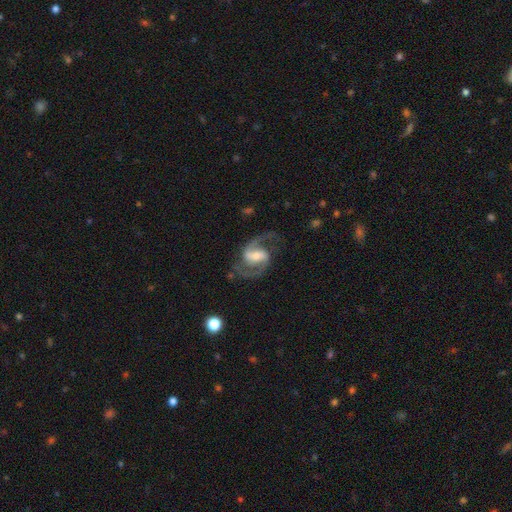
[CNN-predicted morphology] A featured or disk galaxy (91%) with a strong bar (43%), 2 (93%) medium (60%) spiral arms (98%) and a moderate central bulge (46%).

Vote fractions:
- Smooth or featured? featured or disk: 91% / smooth: 5% / star or artifact: 4%
- Edge-on disk? no: 98% / yes: 2%
- Bar? strong: 43% / weak: 42% / no: 15%
- Spiral arms? yes: 98% / no: 2%
- Spiral winding? medium: 60% / loose: 27% / tight: 13%
- Spiral arm count? 2: 93% / can't tell: 2% / 1: 2% / 3: 2% / 4: 1% / more than 4: 1%
- Bulge size? moderate: 46% / small: 41% / large: 8% / none: 4% / dominant: 1%
- Merging? none: 75% / minor disturbance: 14% / major disturbance: 10% / merger: 2%